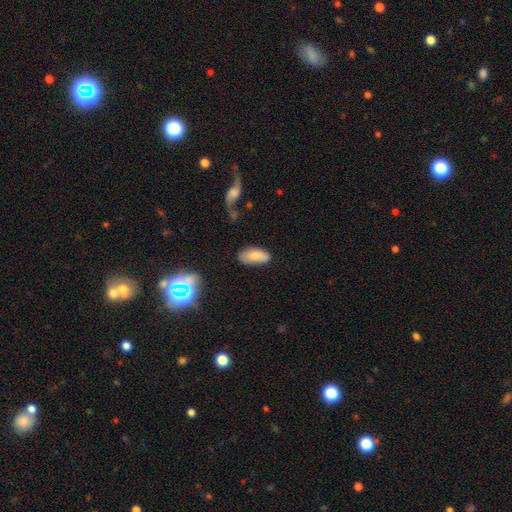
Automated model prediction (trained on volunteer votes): smooth 79%, featured or disk 13%, star or artifact 8%. Down the decision tree: how rounded — in between (91%); merging — none (72%).